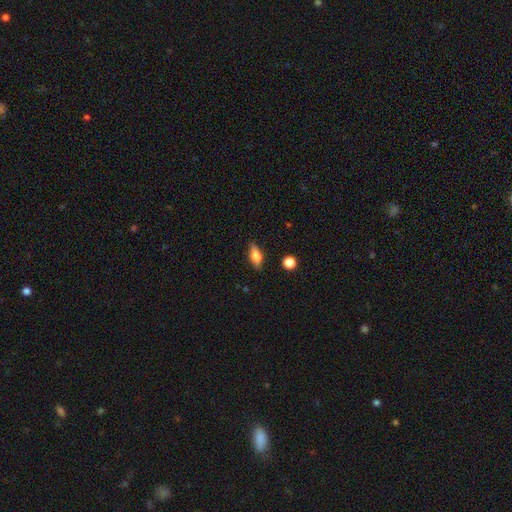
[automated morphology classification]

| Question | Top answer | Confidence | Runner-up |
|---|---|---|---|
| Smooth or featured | smooth | 65% | featured or disk (27%) |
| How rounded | in between | 73% | cigar-shaped (22%) |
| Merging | none | 80% | minor disturbance (15%) |